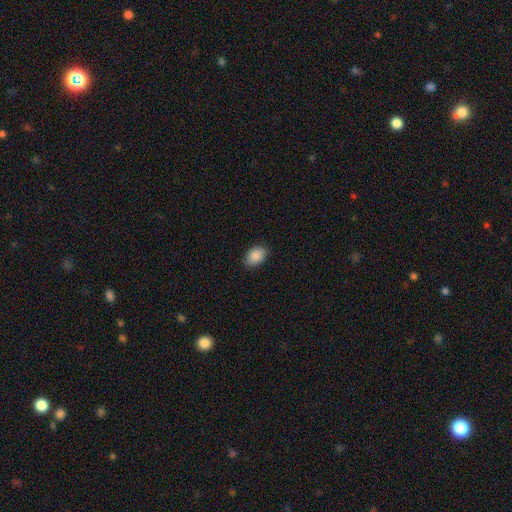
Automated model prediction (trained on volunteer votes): The model was most divided on "how rounded": in between: 84%, round: 15%, cigar-shaped: 1%. More confident: smooth or featured — smooth (89%); merging — none (86%).